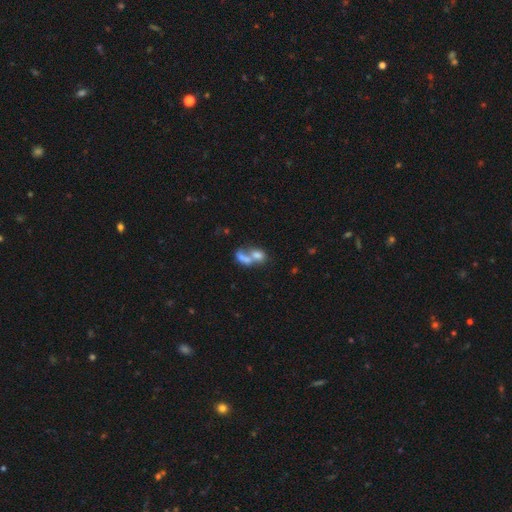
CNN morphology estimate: smooth 68%, featured or disk 21%, star or artifact 10%. Down the decision tree: how rounded — in between (69%); merging — merger (70%).